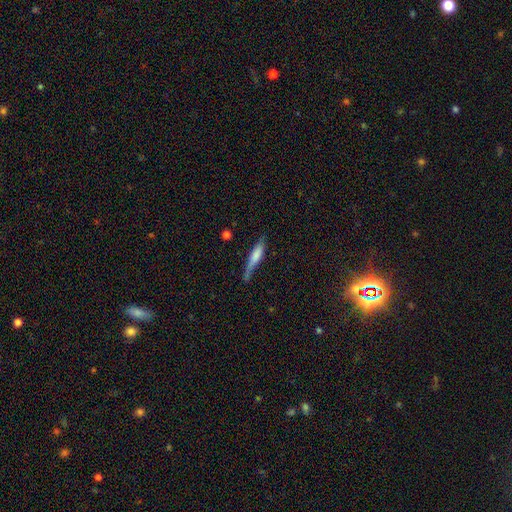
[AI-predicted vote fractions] Morphology: type=smooth (60%); roundness=cigar-shaped (82%); merging=none (54%).